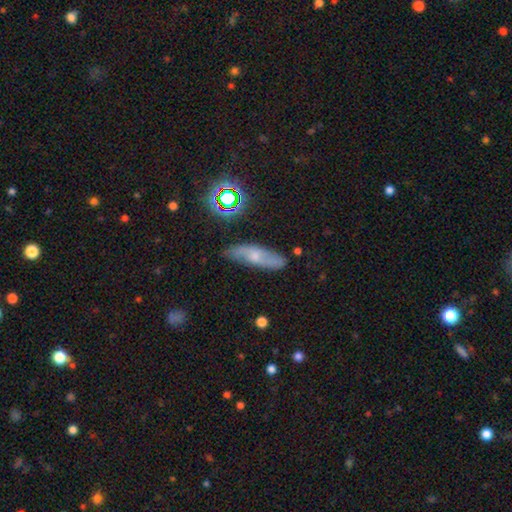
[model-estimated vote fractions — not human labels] Smooth or featured: featured or disk — 46% (smooth — 42%)
Merging: none — 74% (minor disturbance — 19%)